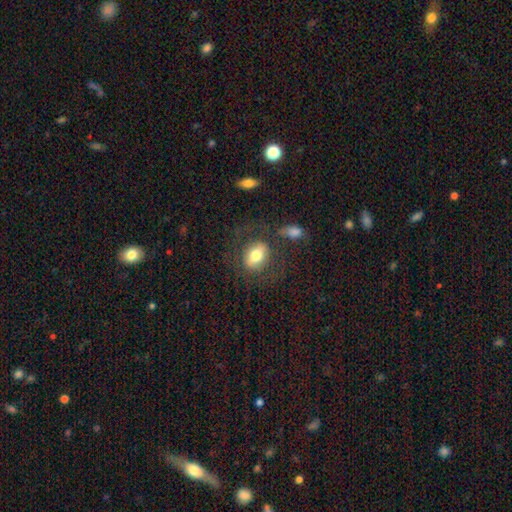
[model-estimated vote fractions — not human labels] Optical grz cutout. It shows a smooth galaxy with no disk features (64%) that is in between round and cigar-shaped (65%). Merging: none (64%).